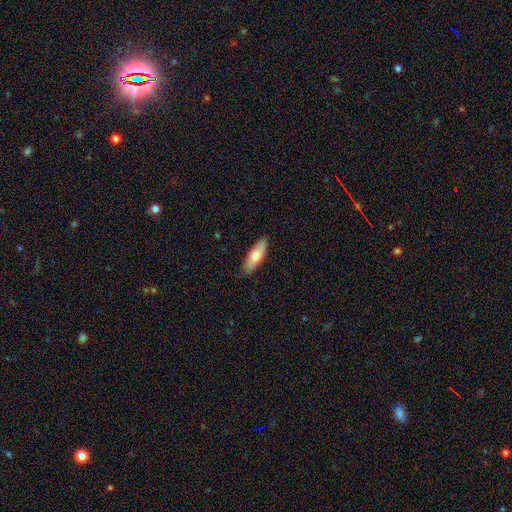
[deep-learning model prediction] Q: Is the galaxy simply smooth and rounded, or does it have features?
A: smooth — 73%.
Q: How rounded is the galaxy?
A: cigar-shaped — 50%.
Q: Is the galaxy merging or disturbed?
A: none — 83%.